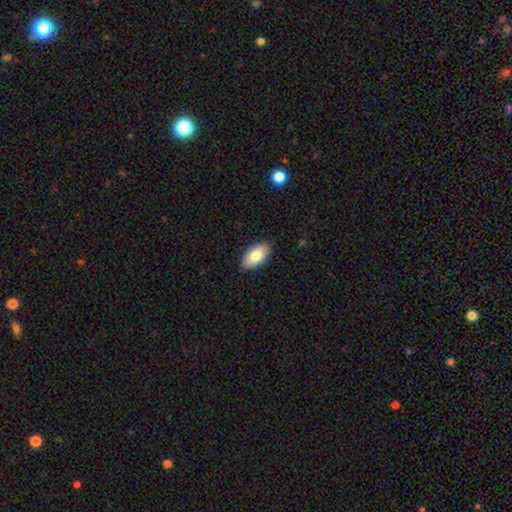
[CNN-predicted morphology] Smooth or featured?
  - smooth: 81% *
  - featured or disk: 13%
  - star or artifact: 6%
How rounded?
  - in between: 95% *
  - round: 3%
  - cigar-shaped: 3%
Merging?
  - none: 89% *
  - minor disturbance: 9%
  - major disturbance: 2%
  - merger: 1%